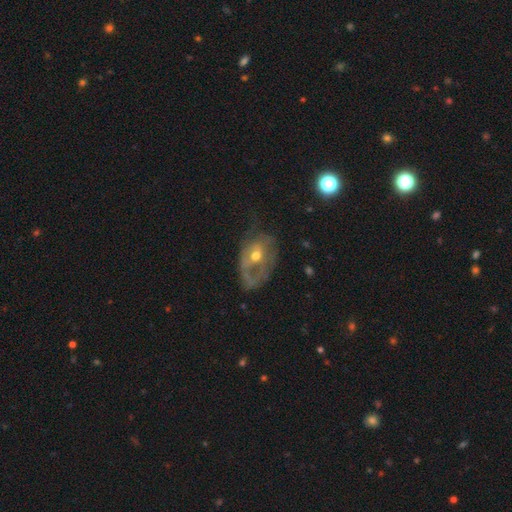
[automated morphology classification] This is possibly a featured or disk galaxy (60%). It is clearly not viewed edge-on (94%). Bar: likely no (70%). Spiral arm pattern: possibly no (56%). Central bulge: likely moderate (65%). Merging: marginally major disturbance (42%).